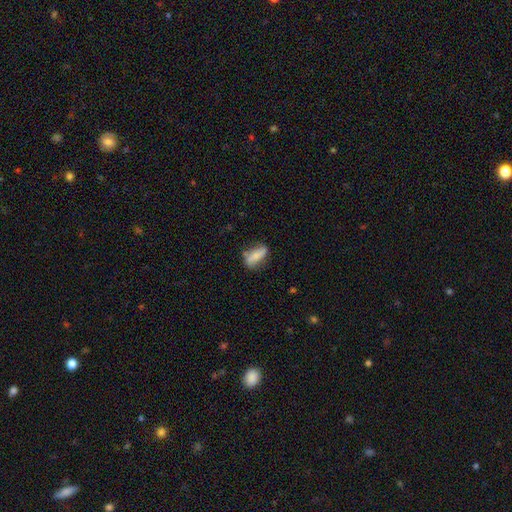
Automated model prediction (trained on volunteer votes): Smooth or featured: smooth — 68% (featured or disk — 24%)
How rounded: in between — 64% (cigar-shaped — 32%)
Merging: none — 58% (minor disturbance — 26%)